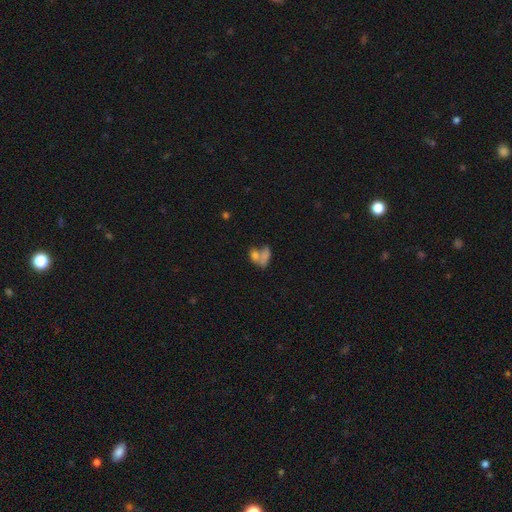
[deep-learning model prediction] The model was most divided on "merging": merger: 59%, none: 24%, minor disturbance: 9%, major disturbance: 8%. More confident: smooth or featured — smooth (71%); how rounded — in between (70%).